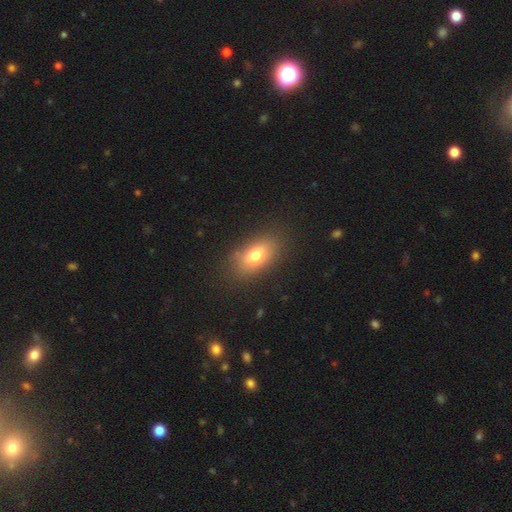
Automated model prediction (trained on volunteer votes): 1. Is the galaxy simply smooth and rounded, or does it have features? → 74% smooth, 16% featured or disk, 9% star or artifact.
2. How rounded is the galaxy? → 86% in between, 7% cigar-shaped, 7% round.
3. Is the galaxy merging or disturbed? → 83% none, 11% minor disturbance, 4% major disturbance, 1% merger.